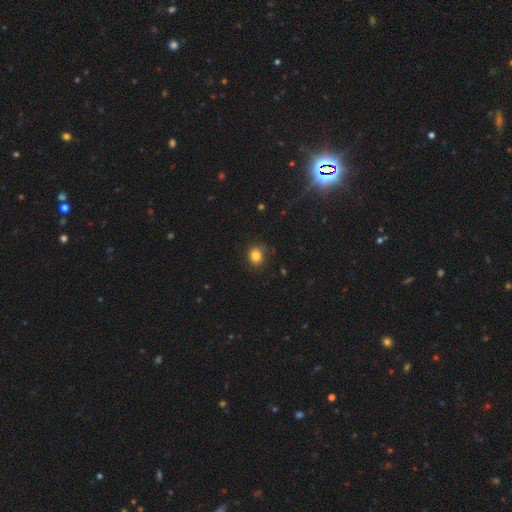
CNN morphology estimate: smooth 83%, star or artifact 12%, featured or disk 6%. Down the decision tree: how rounded — round (65%); merging — none (80%).